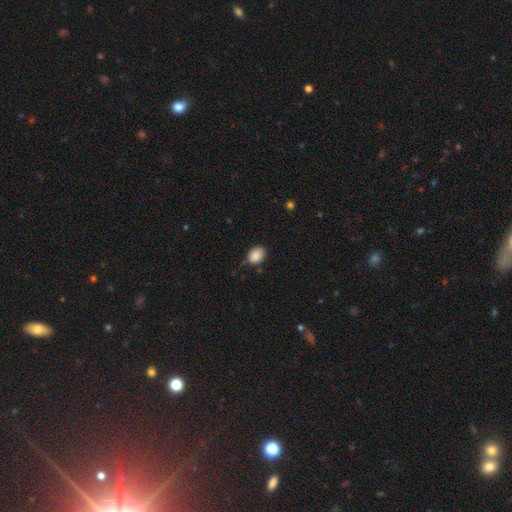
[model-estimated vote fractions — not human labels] The model was most divided on "how rounded": in between: 60%, round: 39%, cigar-shaped: 1%. More confident: smooth or featured — smooth (87%); merging — none (75%).